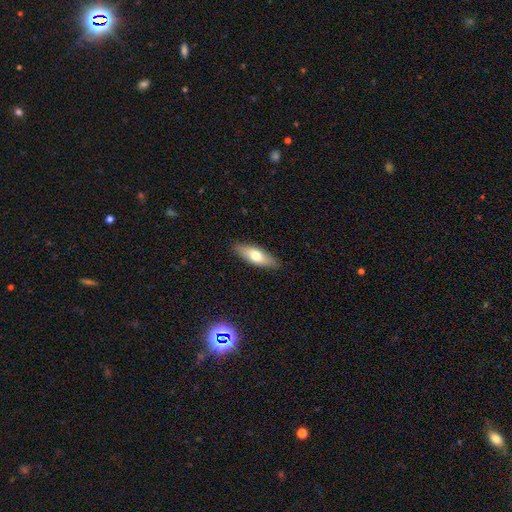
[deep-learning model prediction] A smooth galaxy with no disk features (67%) that is in between round and cigar-shaped (63%).

Vote fractions:
- Smooth or featured? smooth: 67% / featured or disk: 27% / star or artifact: 6%
- How rounded? in between: 63% / cigar-shaped: 34% / round: 2%
- Merging? none: 87% / minor disturbance: 10% / major disturbance: 2% / merger: 1%